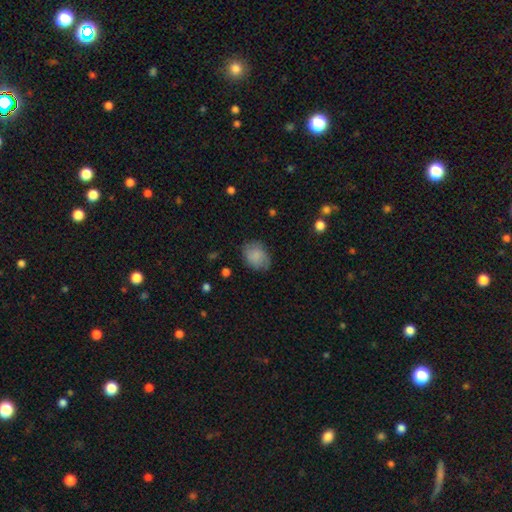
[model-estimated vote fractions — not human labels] A smooth galaxy with no disk features (83%) that is in between round and cigar-shaped (60%).

Vote fractions:
- Smooth or featured? smooth: 83% / featured or disk: 9% / star or artifact: 7%
- How rounded? in between: 60% / round: 39% / cigar-shaped: 1%
- Merging? none: 74% / minor disturbance: 20% / major disturbance: 5% / merger: 1%